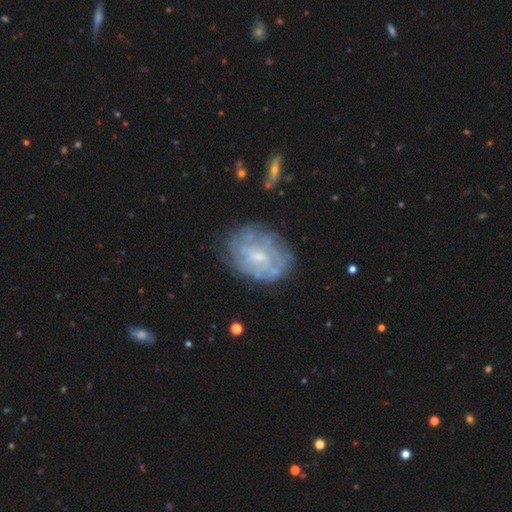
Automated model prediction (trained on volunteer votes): Q: Smooth or featured?
A: featured or disk (61%); runner-up: smooth (27%)
Q: Edge-on disk?
A: no (96%); runner-up: yes (4%)
Q: Bar?
A: no (57%); runner-up: weak (36%)
Q: Spiral arms?
A: yes (57%); runner-up: no (43%)
Q: Bulge size?
A: small (58%); runner-up: moderate (27%)
Q: Merging?
A: none (71%); runner-up: minor disturbance (18%)